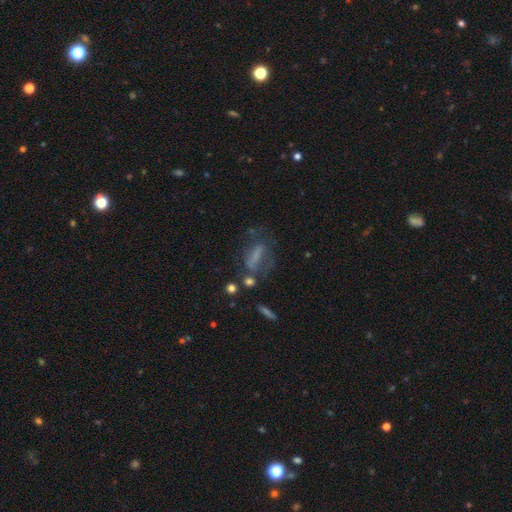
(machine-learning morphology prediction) A smooth galaxy with no disk features (45%).

Vote fractions:
- Smooth or featured? smooth: 45% / featured or disk: 39% / star or artifact: 16%
- Merging? none: 40% / major disturbance: 28% / minor disturbance: 22% / merger: 10%